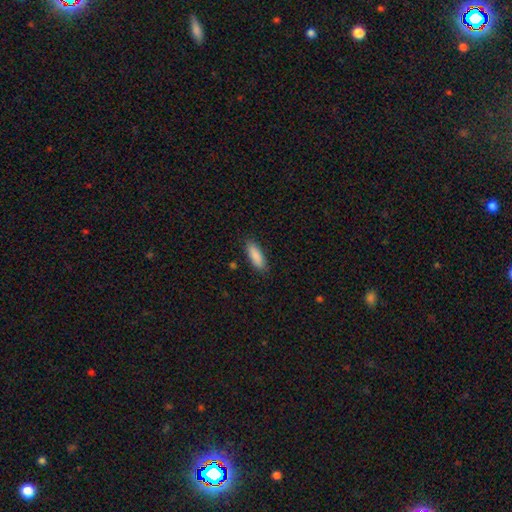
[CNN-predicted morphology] Overall: smooth (89%). How rounded: in between (59%; cigar-shaped 39%). Merging: none (87%).